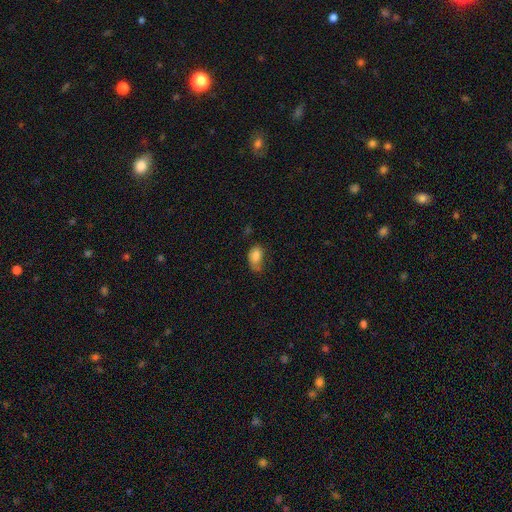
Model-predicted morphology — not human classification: smooth_or_featured: smooth (p=0.82) [alt: star or artifact p=0.09]
how_rounded: in between (p=0.89) [alt: round p=0.09]
merging: none (p=0.44) [alt: minor disturbance p=0.36]